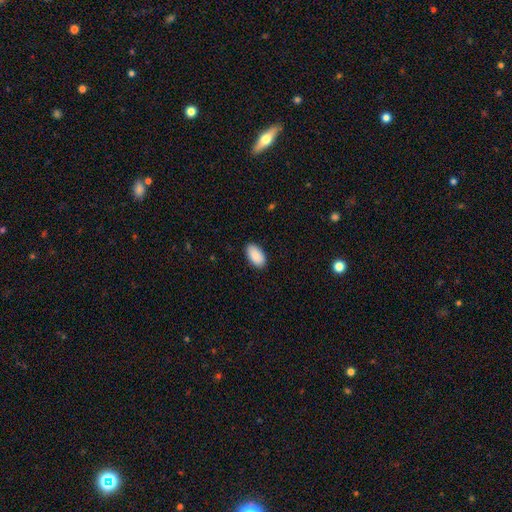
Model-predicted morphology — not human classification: type=smooth (90%); roundness=in between (96%); merging=none (89%).